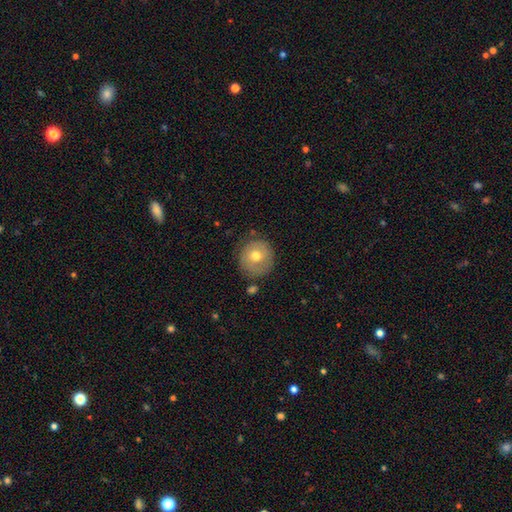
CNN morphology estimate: smooth 63%, featured or disk 29%, star or artifact 9%. Down the decision tree: how rounded — round (92%); merging — none (78%).